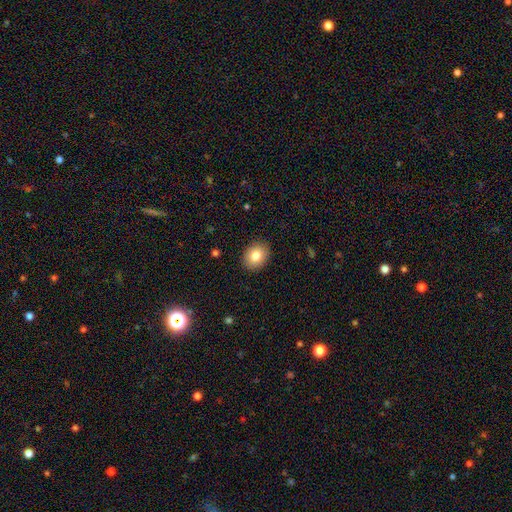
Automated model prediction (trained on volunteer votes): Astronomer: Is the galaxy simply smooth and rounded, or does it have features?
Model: smooth — 82%.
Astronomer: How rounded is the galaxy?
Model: in between — 51% (runner-up: round, 49%).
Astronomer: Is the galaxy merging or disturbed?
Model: none — 90%.